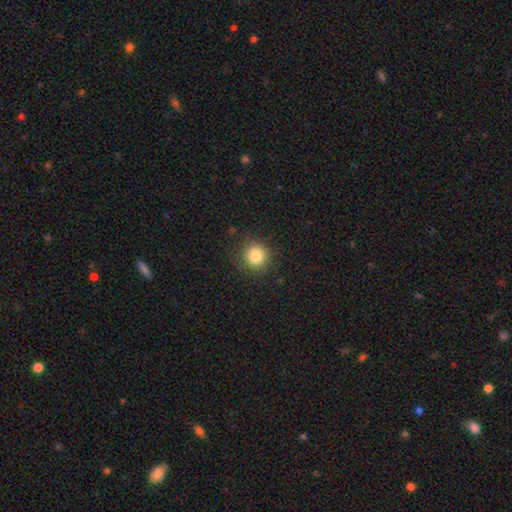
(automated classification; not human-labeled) This is clearly a smooth galaxy (83%). How rounded: clearly round (92%). Merging: clearly none (88%).